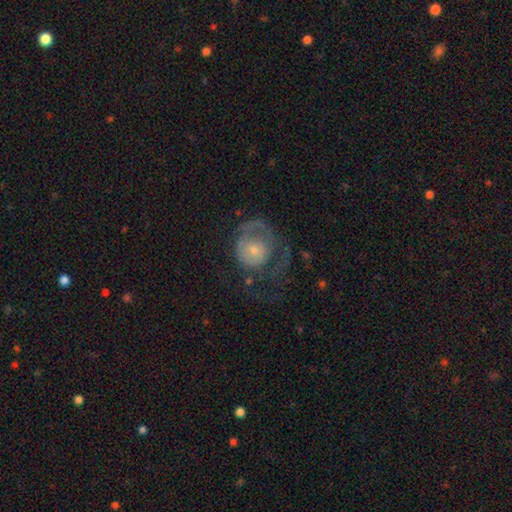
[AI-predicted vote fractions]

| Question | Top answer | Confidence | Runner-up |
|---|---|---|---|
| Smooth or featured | featured or disk | 55% | smooth (37%) |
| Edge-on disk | no | 97% | yes (3%) |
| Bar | no | 84% | weak (14%) |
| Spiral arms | yes | 54% | no (46%) |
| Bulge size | small | 59% | moderate (32%) |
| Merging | major disturbance | 49% | none (32%) |